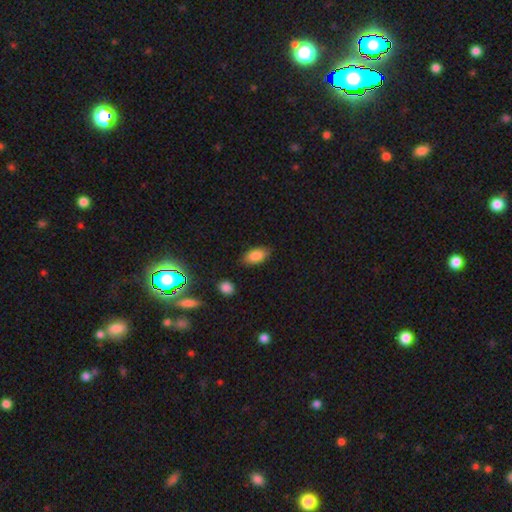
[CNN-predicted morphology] This is clearly a smooth galaxy (83%). How rounded: clearly in between (90%). Merging: clearly none (83%).